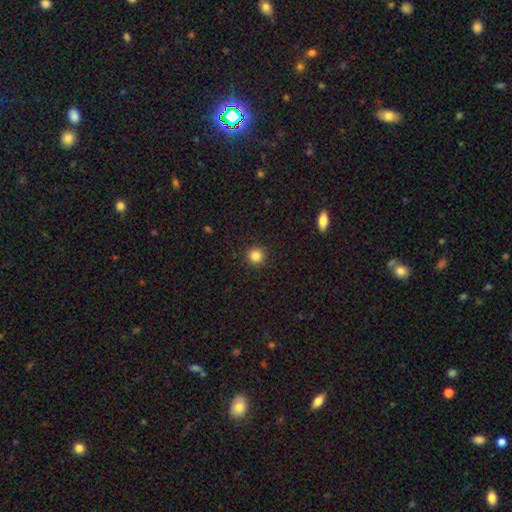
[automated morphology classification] Q: Smooth or featured?
A: smooth (84%); runner-up: star or artifact (12%)
Q: How rounded?
A: round (94%); runner-up: in between (5%)
Q: Merging?
A: none (92%); runner-up: minor disturbance (5%)